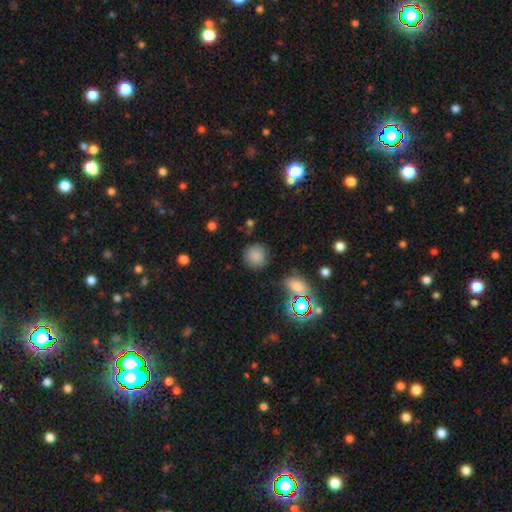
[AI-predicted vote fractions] Q: Smooth or featured?
A: smooth (80%); runner-up: star or artifact (14%)
Q: How rounded?
A: round (90%); runner-up: in between (9%)
Q: Merging?
A: none (81%); runner-up: minor disturbance (12%)